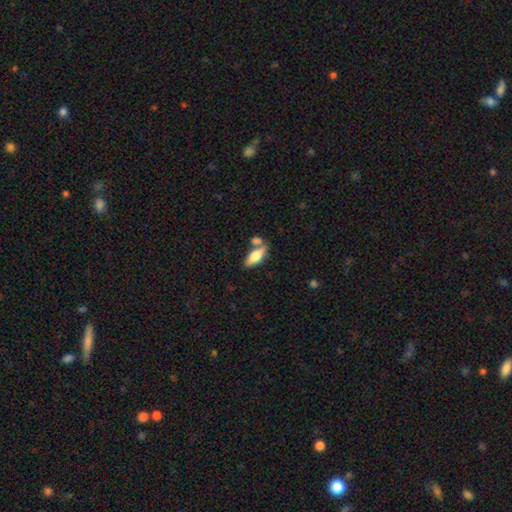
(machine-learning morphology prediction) smooth_or_featured: smooth (p=0.68) [alt: featured or disk p=0.26]
how_rounded: in between (p=0.74) [alt: cigar-shaped p=0.23]
merging: none (p=0.59) [alt: merger p=0.24]